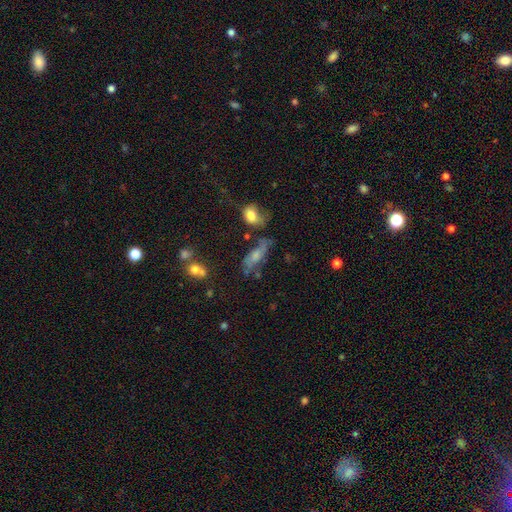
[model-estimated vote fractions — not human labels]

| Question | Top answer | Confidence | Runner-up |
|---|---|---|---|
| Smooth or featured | smooth | 51% | featured or disk (37%) |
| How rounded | in between | 59% | cigar-shaped (35%) |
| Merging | none | 44% | minor disturbance (25%) |